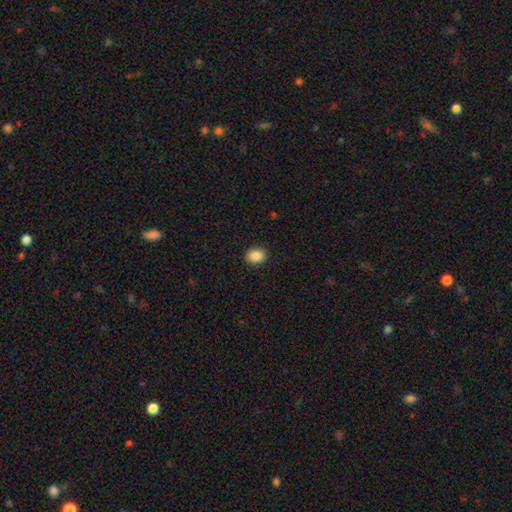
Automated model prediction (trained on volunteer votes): A smooth galaxy with no disk features (87%) that is in between round and cigar-shaped (56%). Merging: none (89%).